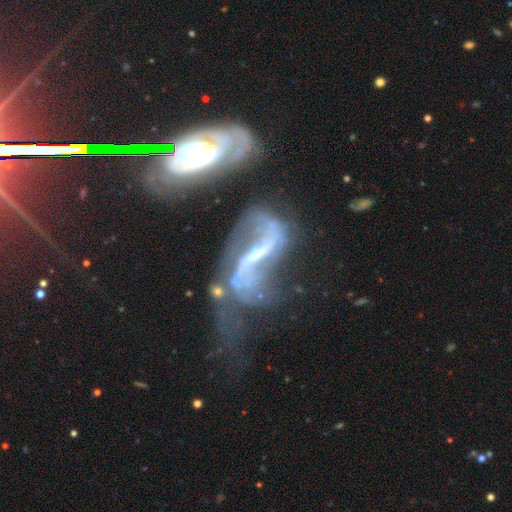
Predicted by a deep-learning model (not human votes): The model was most divided on "merging": merger: 34%, major disturbance: 29%, none: 22%, minor disturbance: 15%. Remaining: edge-on disk — no (93%); spiral arms — yes (88%); smooth or featured — featured or disk (83%); spiral arm count — 2 (79%); spiral winding — loose (62%); bulge size — small (52%); bar — strong (43%).